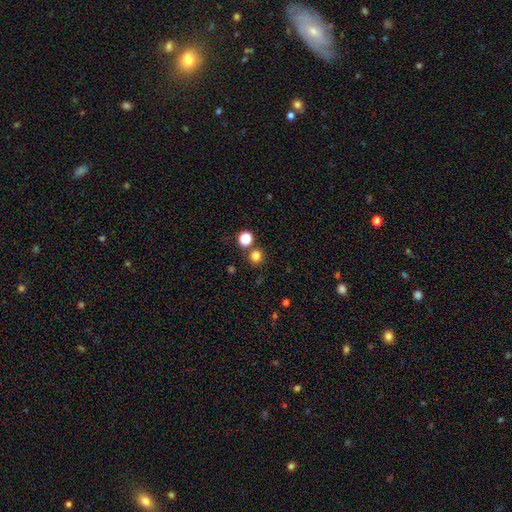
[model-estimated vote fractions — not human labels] smooth 79%, star or artifact 16%, featured or disk 5%. Down the decision tree: how rounded — round (93%); merging — none (79%).